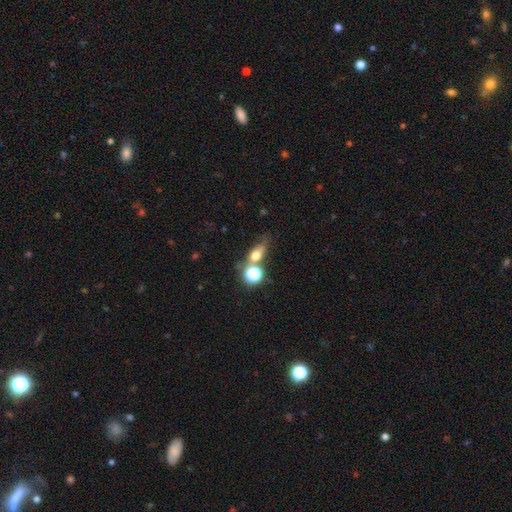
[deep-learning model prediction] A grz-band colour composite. It shows a smooth galaxy with no disk features (61%) that is in between round and cigar-shaped (52%). Merging: none (45%).